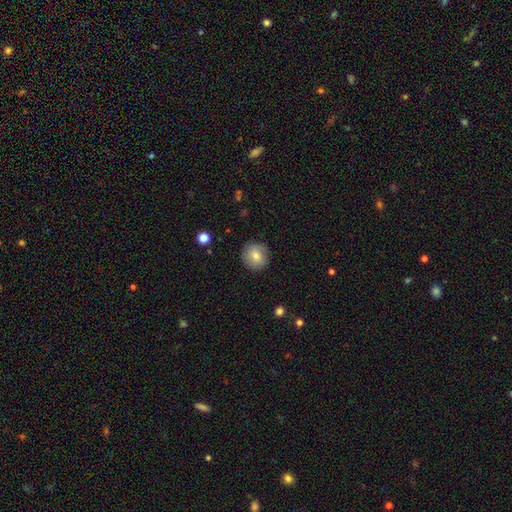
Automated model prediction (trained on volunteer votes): This appears to be a smooth galaxy with no disk features (76%) that is round (88%). Merging: none (85%).